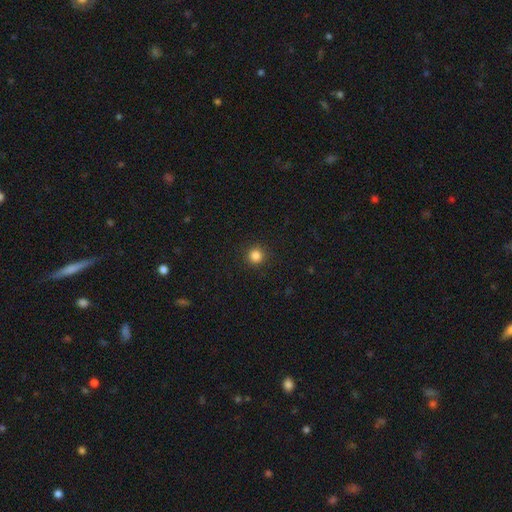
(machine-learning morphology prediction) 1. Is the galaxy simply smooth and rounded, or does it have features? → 84% smooth, 12% star or artifact, 4% featured or disk.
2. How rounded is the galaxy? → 95% round, 4% in between, 1% cigar-shaped.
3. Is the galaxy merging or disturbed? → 92% none, 5% minor disturbance, 2% major disturbance, 1% merger.